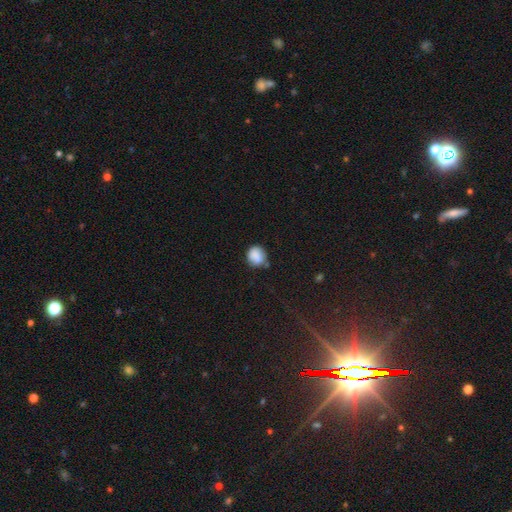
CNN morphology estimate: type=smooth (84%); roundness=round (80%); merging=none (69%).